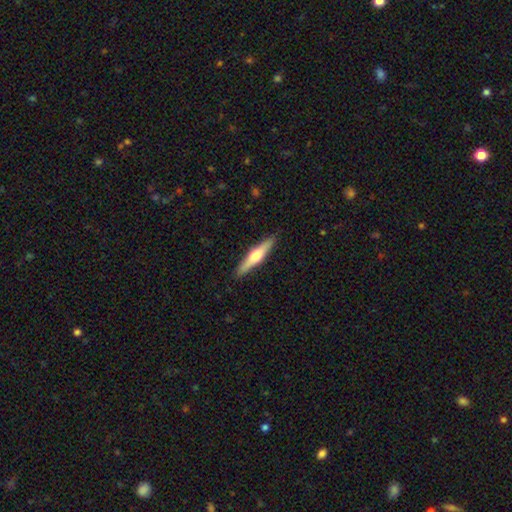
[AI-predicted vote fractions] Q: Smooth or featured?
A: featured or disk (56%); runner-up: smooth (39%)
Q: Edge-on disk?
A: yes (96%); runner-up: no (4%)
Q: Edge-on bulge?
A: rounded (91%); runner-up: boxy (5%)
Q: Merging?
A: none (90%); runner-up: minor disturbance (8%)